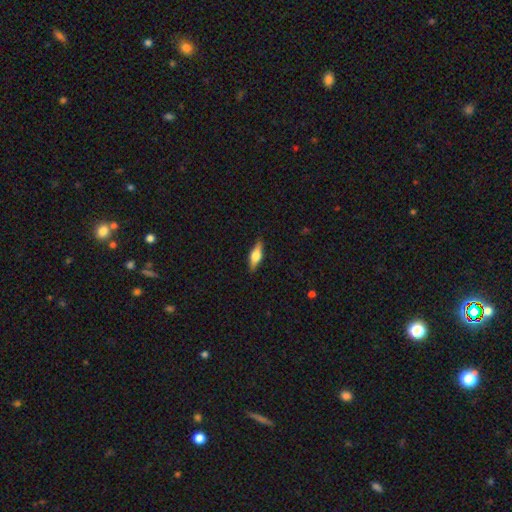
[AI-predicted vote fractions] Smooth or featured? featured or disk (49%)
Merging? none (87%)